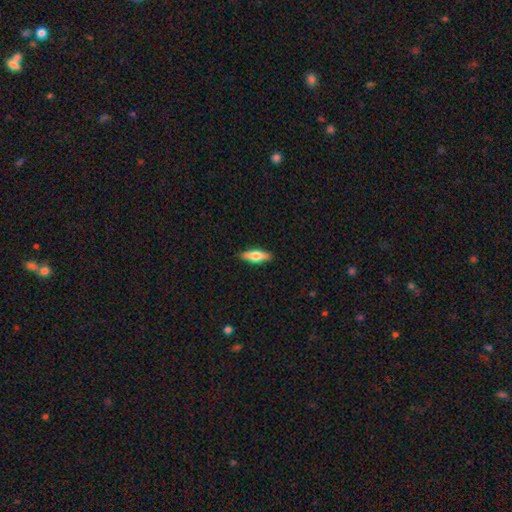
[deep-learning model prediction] Smooth or featured? smooth (56%)
How rounded? in between (50%)
Merging? none (89%)